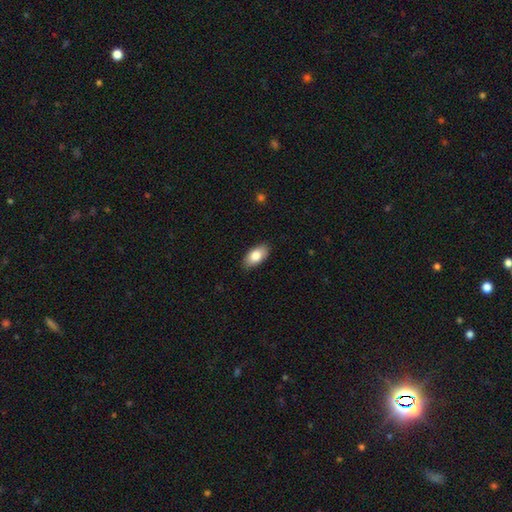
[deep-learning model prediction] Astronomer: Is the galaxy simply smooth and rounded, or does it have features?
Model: smooth — 82%.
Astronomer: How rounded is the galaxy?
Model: in between — 93%.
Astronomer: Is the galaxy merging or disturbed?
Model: none — 87%.